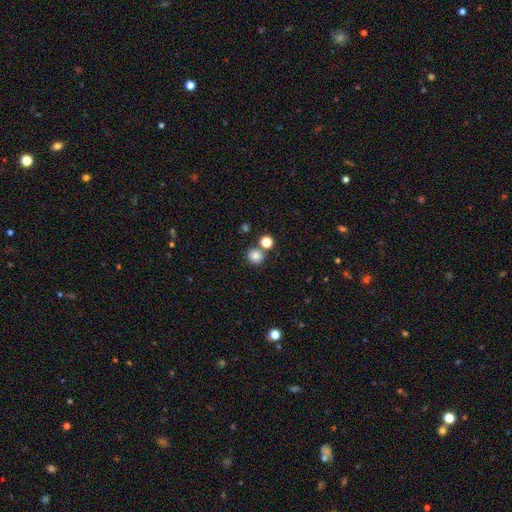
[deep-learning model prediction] Smooth or featured: smooth — 82% (star or artifact — 12%)
How rounded: round — 87% (in between — 12%)
Merging: none — 74% (merger — 15%)